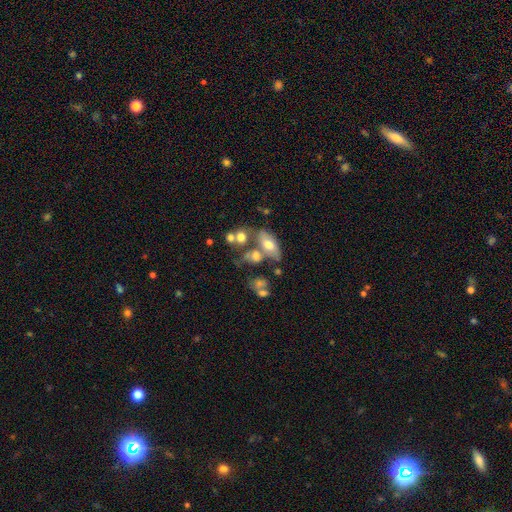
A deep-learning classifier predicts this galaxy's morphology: smooth_or_featured: smooth (p=0.60) [alt: featured or disk p=0.28]
how_rounded: in between (p=0.72) [alt: round p=0.23]
merging: merger (p=0.44) [alt: none p=0.32]